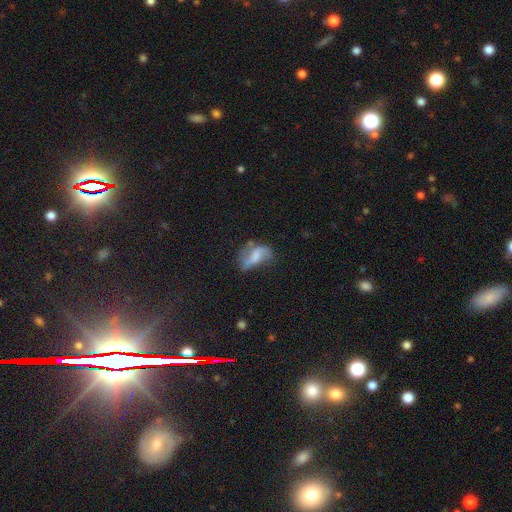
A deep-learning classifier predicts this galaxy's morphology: A featured or disk galaxy (60%) with a weak bar (41%, tied with no), spiral arms (79%) and no central bulge (38%). Merging: none (42%).